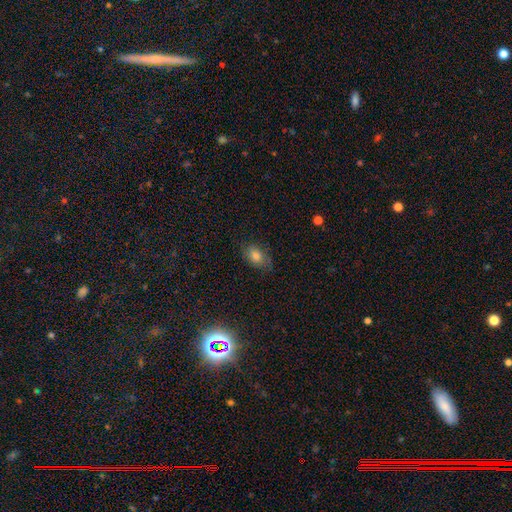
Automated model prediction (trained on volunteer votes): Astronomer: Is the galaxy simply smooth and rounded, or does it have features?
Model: smooth — 68%.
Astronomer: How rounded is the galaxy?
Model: in between — 83%.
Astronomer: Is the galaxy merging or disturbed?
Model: none — 77%.